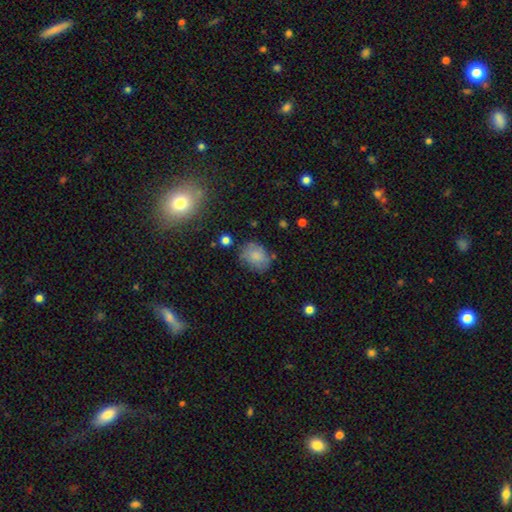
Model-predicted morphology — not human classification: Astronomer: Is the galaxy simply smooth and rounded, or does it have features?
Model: smooth — 76%.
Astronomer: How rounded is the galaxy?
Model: in between — 59% (runner-up: round, 40%).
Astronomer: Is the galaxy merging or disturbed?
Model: none — 66%.